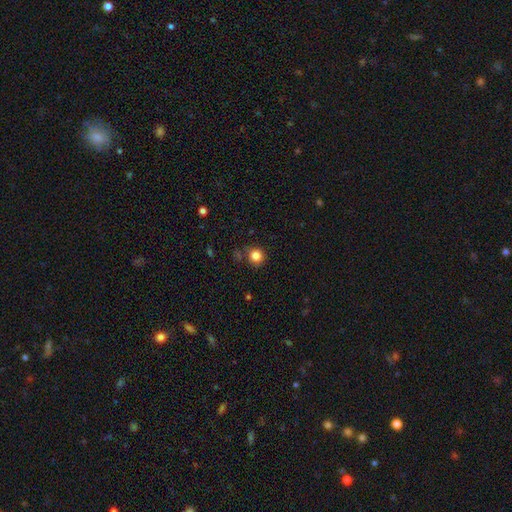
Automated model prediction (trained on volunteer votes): A smooth galaxy with no disk features (84%) that is round (91%).

Vote fractions:
- Smooth or featured? smooth: 84% / star or artifact: 12% / featured or disk: 5%
- How rounded? round: 91% / in between: 8% / cigar-shaped: 1%
- Merging? none: 79% / minor disturbance: 13% / merger: 4% / major disturbance: 4%